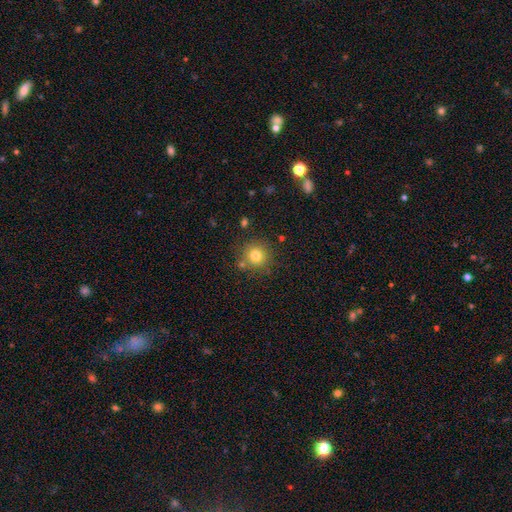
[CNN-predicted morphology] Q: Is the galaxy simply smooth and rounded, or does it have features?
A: smooth — 78%.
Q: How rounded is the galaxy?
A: round — 93%.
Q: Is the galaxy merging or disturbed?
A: none — 81%.